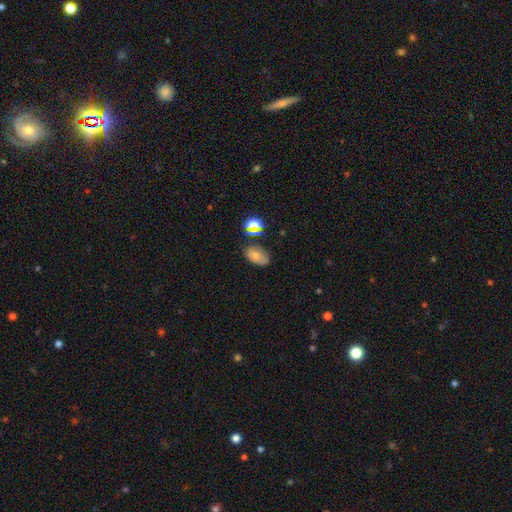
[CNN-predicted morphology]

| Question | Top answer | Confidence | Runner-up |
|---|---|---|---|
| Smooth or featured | smooth | 67% | featured or disk (16%) |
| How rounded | in between | 88% | round (10%) |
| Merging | none | 62% | minor disturbance (23%) |